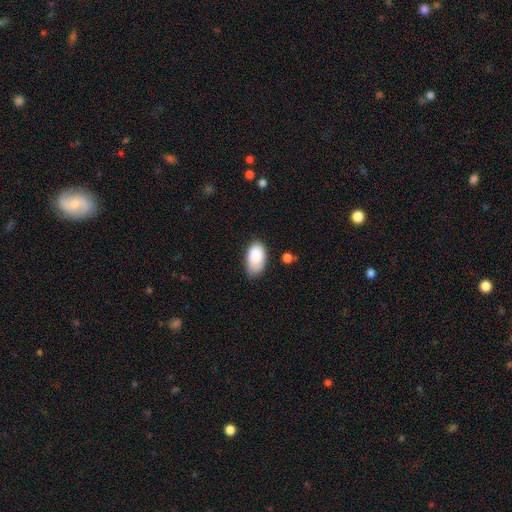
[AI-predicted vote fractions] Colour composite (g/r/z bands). It shows a smooth galaxy with no disk features (87%) that is in between round and cigar-shaped (94%). Merging: none (64%).